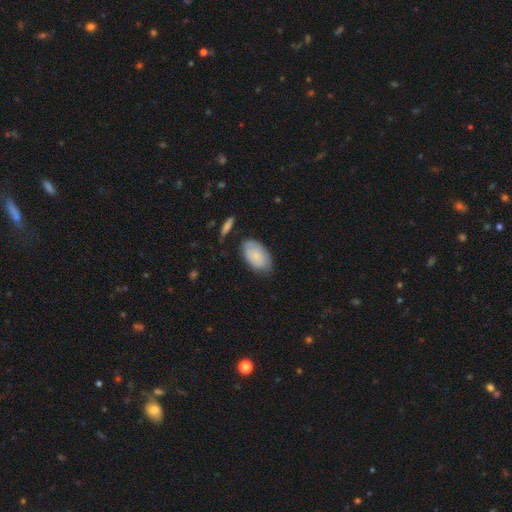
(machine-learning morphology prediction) Smooth or featured? Predicted: smooth (p=0.79). How rounded? Predicted: in between (p=0.94). Merging? Predicted: none (p=0.73).